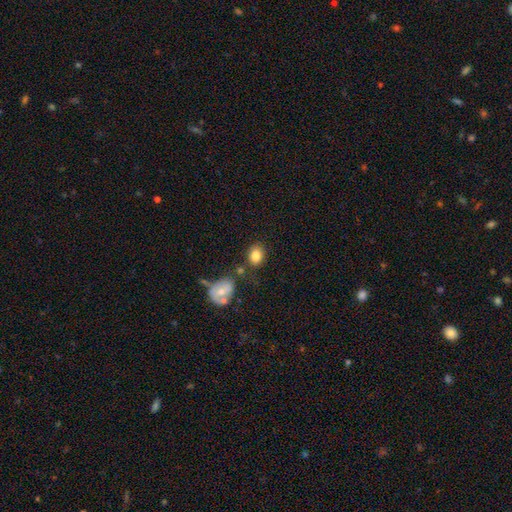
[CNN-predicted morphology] The model was most divided on "how rounded": in between: 59%, round: 40%, cigar-shaped: 1%. More confident: smooth or featured — smooth (82%); merging — none (64%).